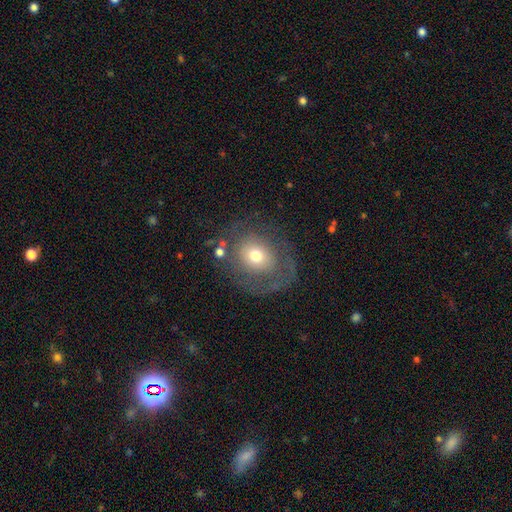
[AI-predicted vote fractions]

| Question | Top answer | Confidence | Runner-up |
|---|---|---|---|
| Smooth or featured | featured or disk | 48% | smooth (40%) |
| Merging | none | 68% | minor disturbance (16%) |